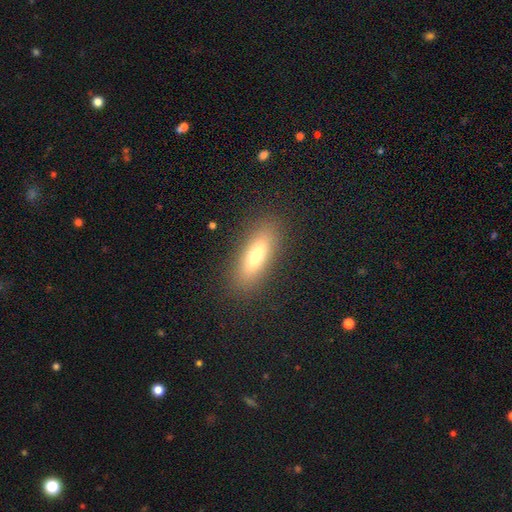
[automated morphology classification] This is likely a smooth galaxy (67%). How rounded: possibly cigar-shaped (50%). Merging: clearly none (87%).